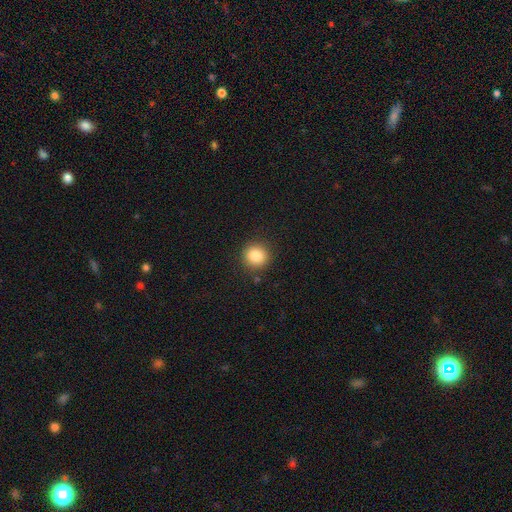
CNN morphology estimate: Smooth or featured? smooth (86%)
How rounded? round (90%)
Merging? none (89%)